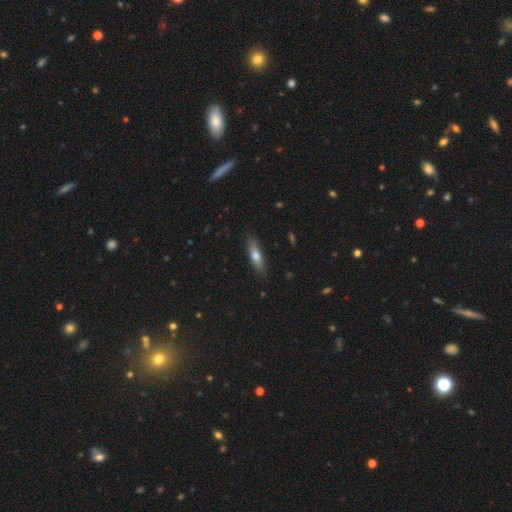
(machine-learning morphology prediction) smooth-or-featured: smooth: 66% | featured or disk: 27% | star or artifact: 6%
  how-rounded: cigar-shaped: 60% | in between: 38% | round: 2%
  merging: none: 85% | minor disturbance: 11% | major disturbance: 2% | merger: 1%